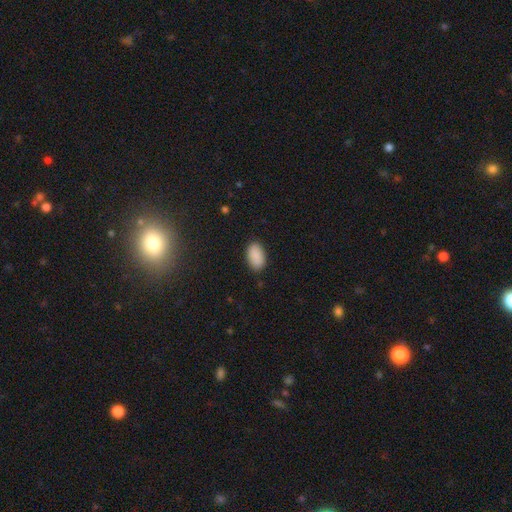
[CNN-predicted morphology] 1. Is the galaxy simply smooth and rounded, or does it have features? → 90% smooth, 7% star or artifact, 3% featured or disk.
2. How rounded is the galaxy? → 94% in between, 5% round, 1% cigar-shaped.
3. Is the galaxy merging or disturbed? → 87% none, 10% minor disturbance, 2% major disturbance, 1% merger.